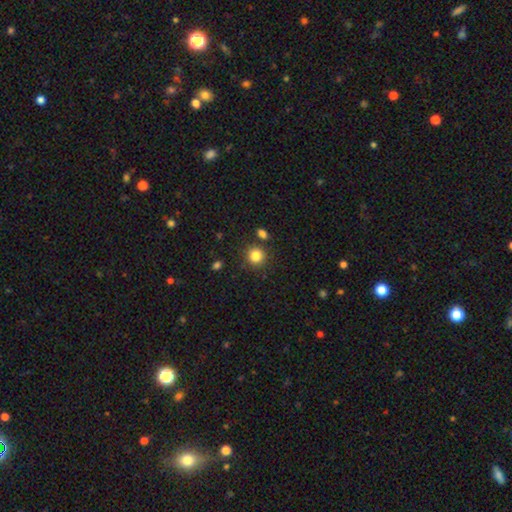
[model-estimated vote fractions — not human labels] Smooth or featured?
  - smooth: 84% *
  - star or artifact: 11%
  - featured or disk: 5%
How rounded?
  - round: 91% *
  - in between: 8%
  - cigar-shaped: 1%
Merging?
  - none: 84% *
  - minor disturbance: 8%
  - merger: 6%
  - major disturbance: 3%